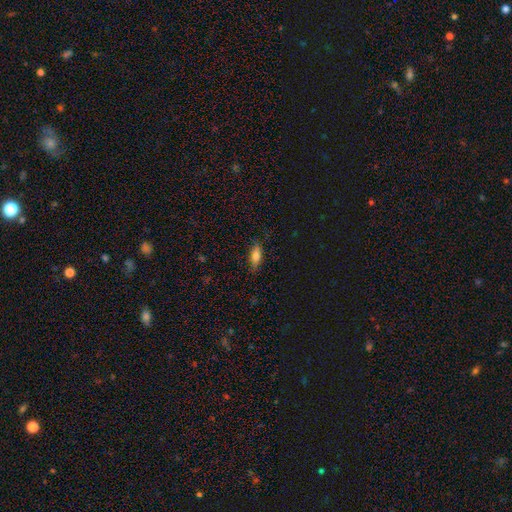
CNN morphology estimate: The model was most divided on "how rounded": in between: 66%, cigar-shaped: 31%, round: 3%. More confident: merging — none (83%); smooth or featured — smooth (75%).